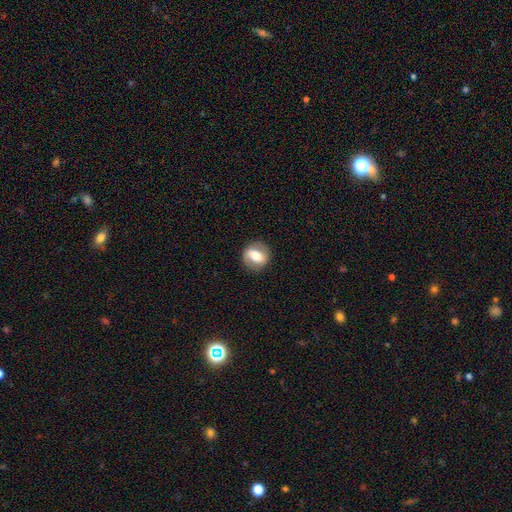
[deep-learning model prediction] Smooth or featured: smooth — 46% (tied with featured or disk — 46%)
Merging: none — 85% (minor disturbance — 10%)